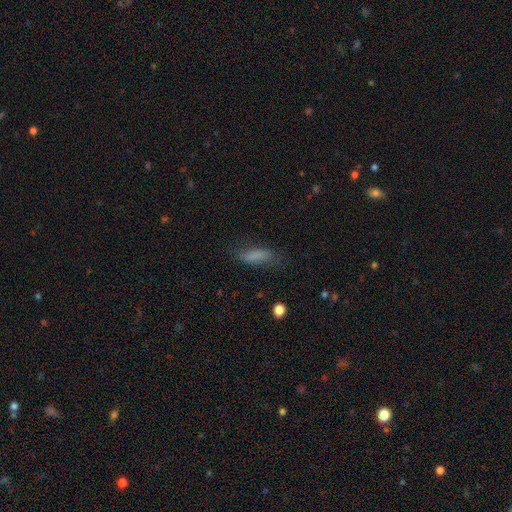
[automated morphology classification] Smooth or featured: smooth — 80% (featured or disk — 10%)
How rounded: in between — 51% (cigar-shaped — 47%)
Merging: none — 69% (minor disturbance — 21%)